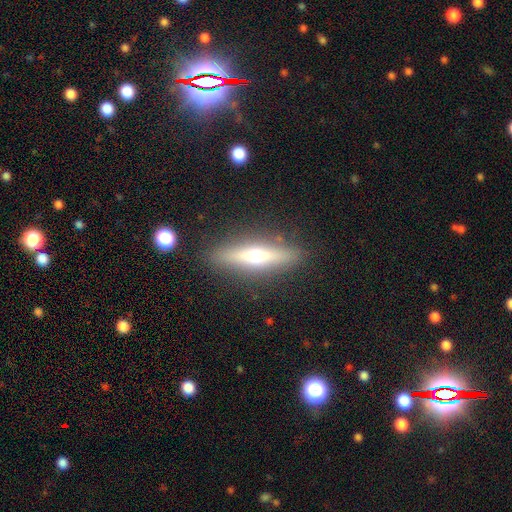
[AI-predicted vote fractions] Q: Smooth or featured?
A: featured or disk (57%); runner-up: smooth (36%)
Q: Edge-on disk?
A: yes (92%); runner-up: no (8%)
Q: Edge-on bulge?
A: rounded (90%); runner-up: none (7%)
Q: Merging?
A: none (87%); runner-up: minor disturbance (8%)